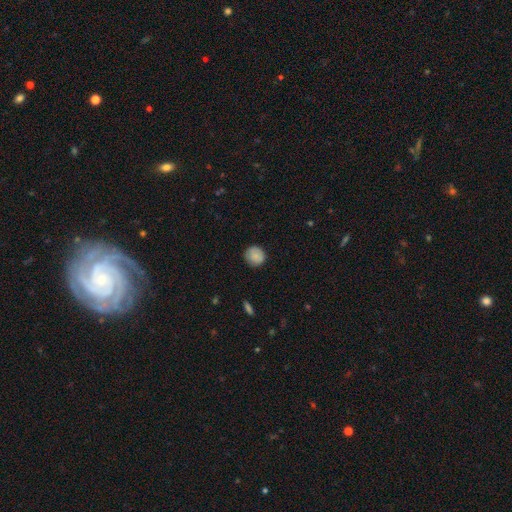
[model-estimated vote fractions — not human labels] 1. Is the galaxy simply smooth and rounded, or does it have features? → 85% smooth, 8% featured or disk, 7% star or artifact.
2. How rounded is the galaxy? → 91% round, 8% in between, 1% cigar-shaped.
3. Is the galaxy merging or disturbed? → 83% none, 13% minor disturbance, 2% major disturbance, 1% merger.